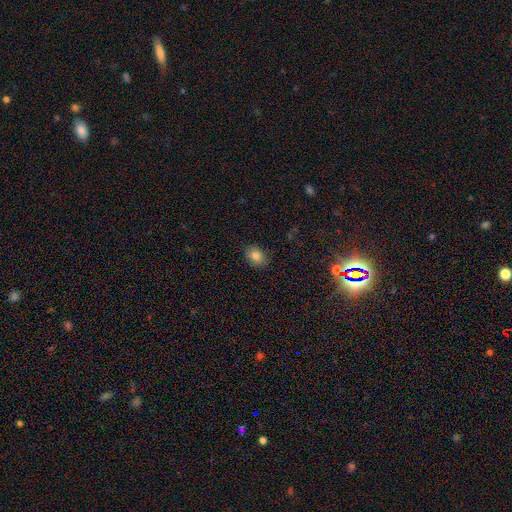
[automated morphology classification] The model was most divided on "how rounded": in between: 63%, round: 36%, cigar-shaped: 1%. More confident: merging — none (88%); smooth or featured — smooth (81%).